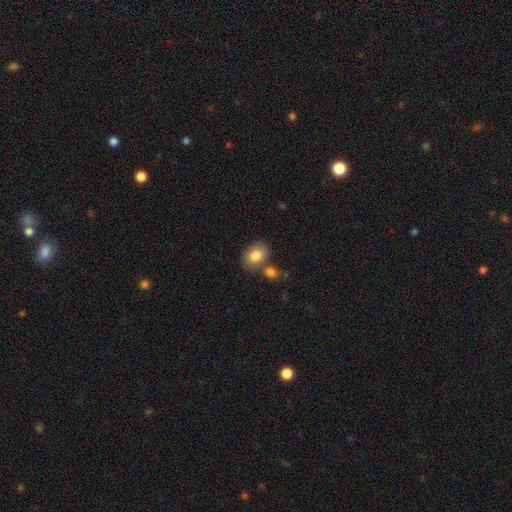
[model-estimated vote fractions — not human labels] Overall: smooth (82%). How rounded: in between (68%; round 31%). Merging: none (65%).